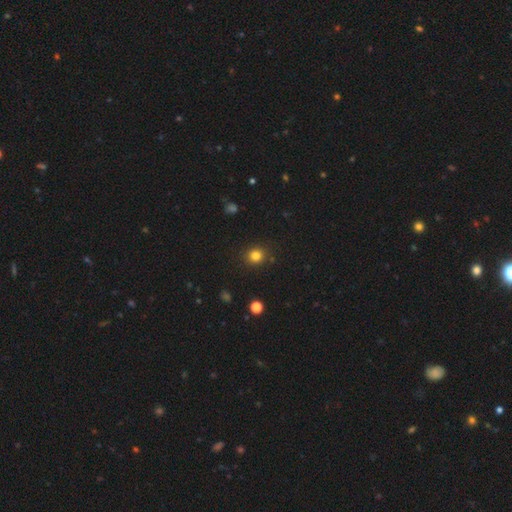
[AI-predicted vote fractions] smooth_or_featured: smooth (p=0.82) [alt: star or artifact p=0.13]
how_rounded: round (p=0.86) [alt: in between p=0.13]
merging: none (p=0.89) [alt: minor disturbance p=0.07]